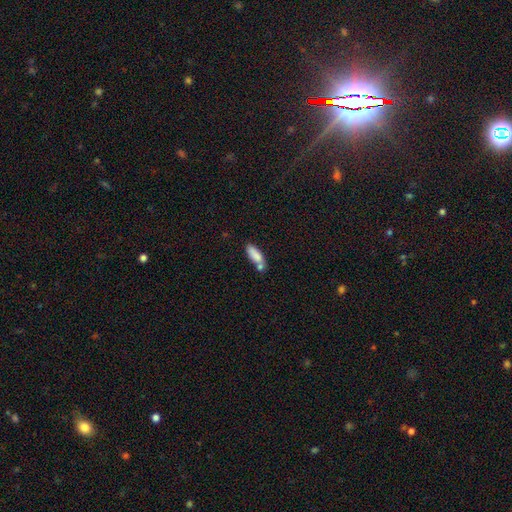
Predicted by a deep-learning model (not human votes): smooth 82%, featured or disk 11%, star or artifact 8%. Down the decision tree: how rounded — in between (64%); merging — none (48%).